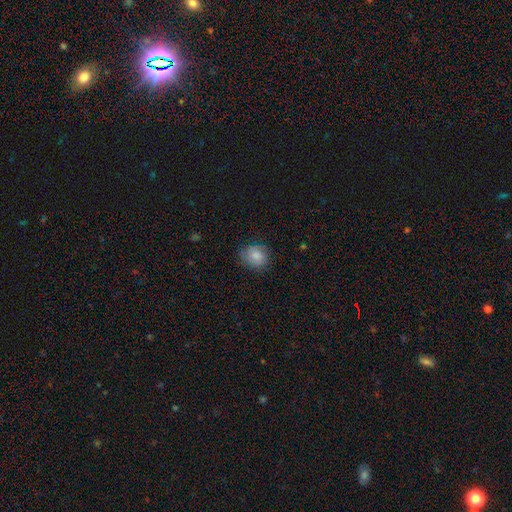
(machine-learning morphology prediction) smooth 80%, featured or disk 12%, star or artifact 8%. Down the decision tree: how rounded — round (73%); merging — none (77%).